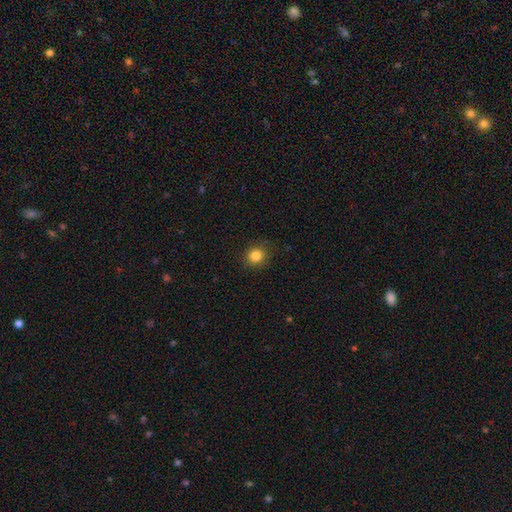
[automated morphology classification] Smooth or featured? smooth (84%)
How rounded? round (87%)
Merging? none (89%)